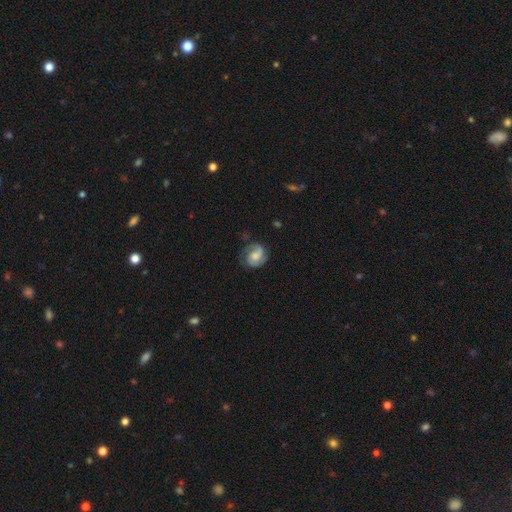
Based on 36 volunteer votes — This appears to be a featured or disk galaxy (78%) with no bar (71%), 2 (81%) medium (48%) spiral arms (96%) and a moderate central bulge (64%). Merging: none (72%).